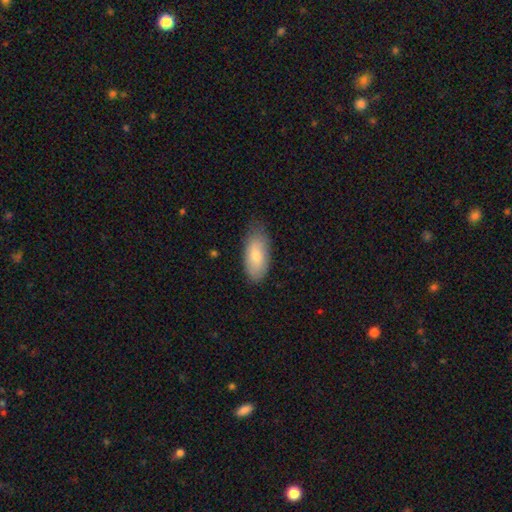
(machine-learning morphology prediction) smooth-or-featured: smooth: 78% | featured or disk: 16% | star or artifact: 6%
  how-rounded: in between: 90% | cigar-shaped: 8% | round: 2%
  merging: none: 75% | minor disturbance: 21% | major disturbance: 3% | merger: 1%